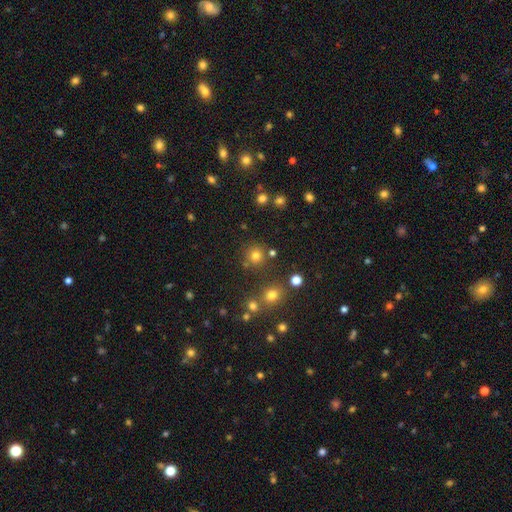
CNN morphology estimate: smooth 76%, star or artifact 18%, featured or disk 7%. Down the decision tree: how rounded — round (93%); merging — none (82%).